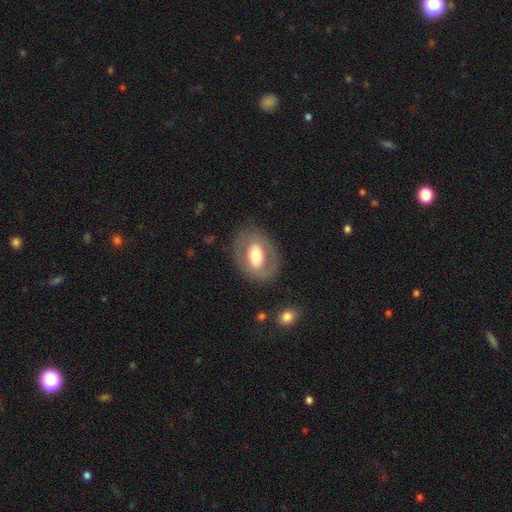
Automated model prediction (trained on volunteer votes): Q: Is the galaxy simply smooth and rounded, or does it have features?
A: smooth — 48%.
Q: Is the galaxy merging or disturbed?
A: none — 78%.